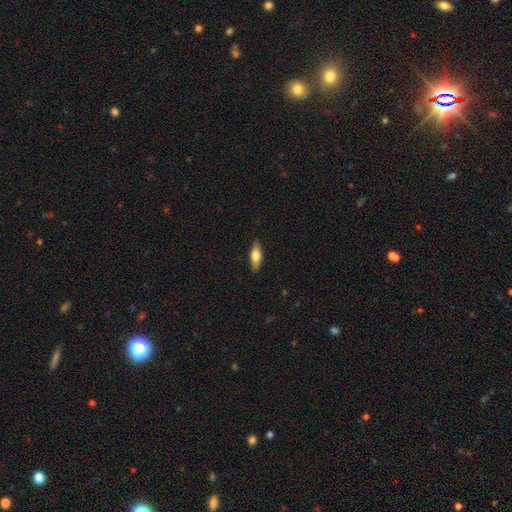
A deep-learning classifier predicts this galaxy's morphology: This appears to be a smooth galaxy with no disk features (69%) that is in between round and cigar-shaped (61%). Merging: none (87%).